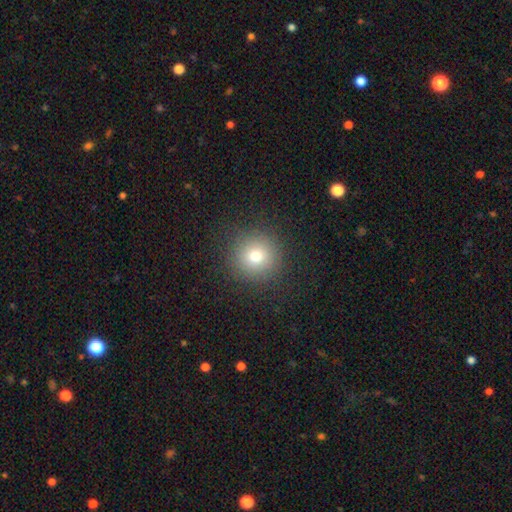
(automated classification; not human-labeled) Smooth or featured? smooth (76%)
How rounded? round (94%)
Merging? none (90%)